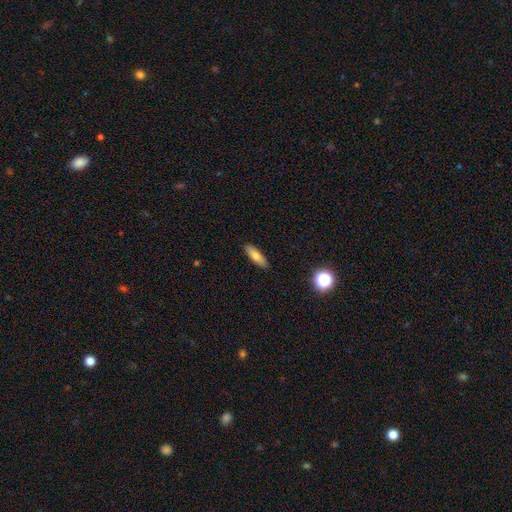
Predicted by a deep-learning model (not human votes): smooth 77%, featured or disk 15%, star or artifact 8%. Down the decision tree: how rounded — cigar-shaped (58%); merging — none (88%).